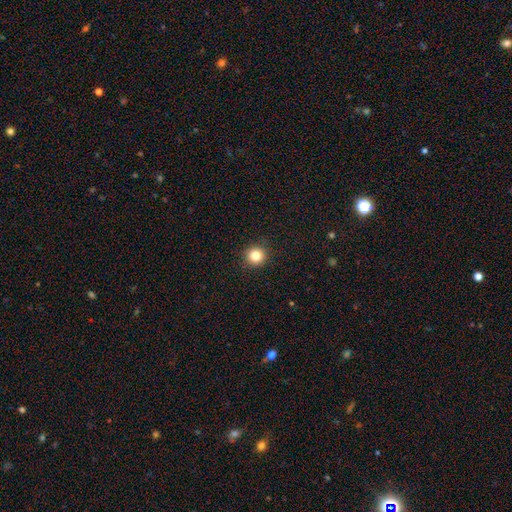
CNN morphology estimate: The model was most divided on "smooth or featured": smooth: 83%, star or artifact: 12%, featured or disk: 6%. More confident: how rounded — round (94%); merging — none (92%).